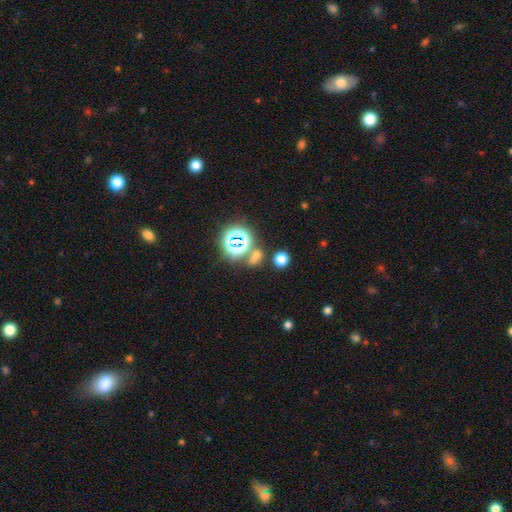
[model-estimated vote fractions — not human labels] The model was most divided on "smooth or featured": star or artifact: 48%, smooth: 43%, featured or disk: 8%.